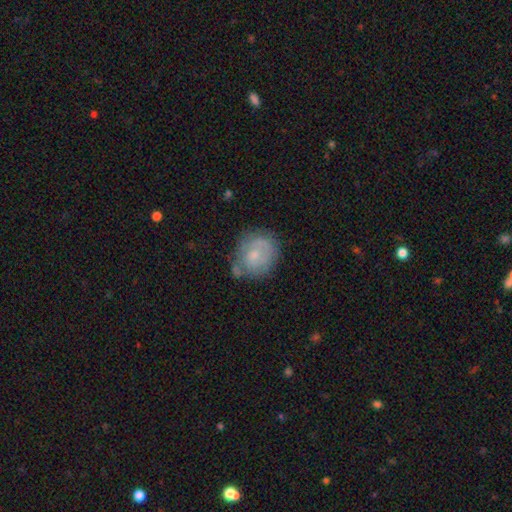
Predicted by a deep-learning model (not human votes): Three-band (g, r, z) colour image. It shows a smooth galaxy with no disk features (55%) that is round (70%). Merging: none (54%).